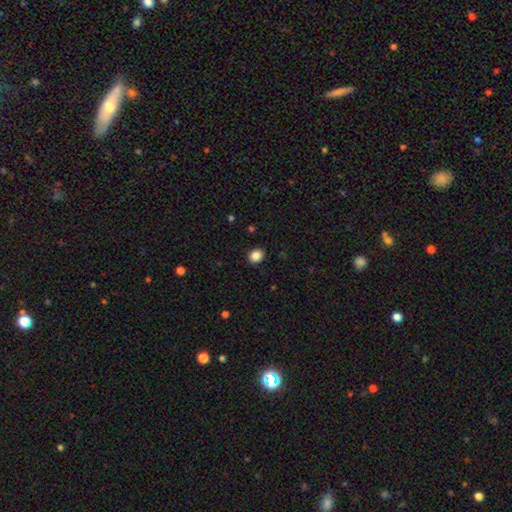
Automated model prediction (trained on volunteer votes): The model was most divided on "how rounded": round: 64%, in between: 35%, cigar-shaped: 1%. More confident: merging — none (91%); smooth or featured — smooth (87%).